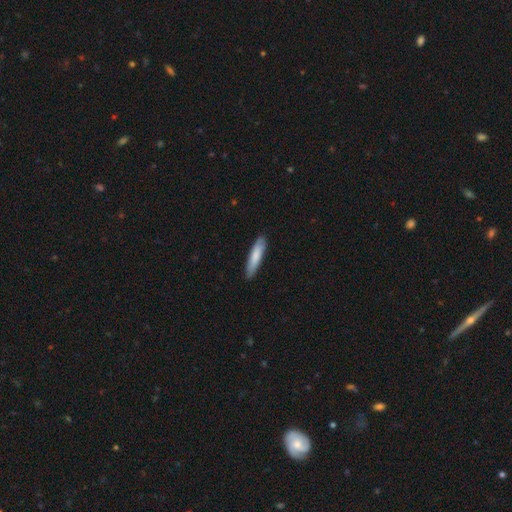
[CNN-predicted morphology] A smooth galaxy with no disk features (80%) that is cigar-shaped (82%). Merging: none (87%).